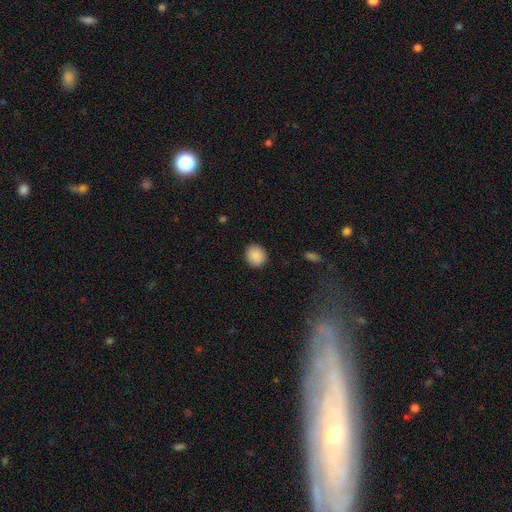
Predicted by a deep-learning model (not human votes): Overall: smooth (89%). How rounded: round (82%). Merging: none (90%).